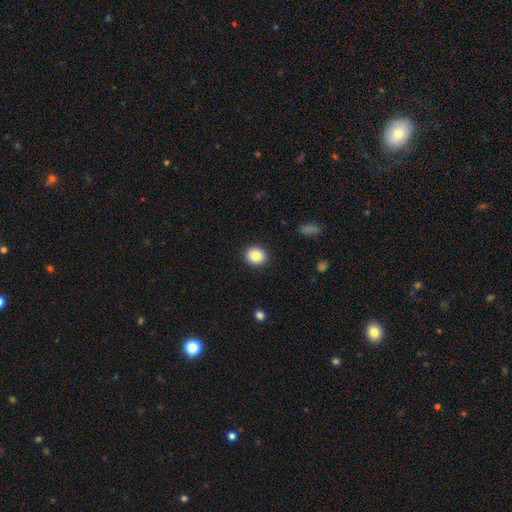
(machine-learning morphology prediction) The model was most divided on "how rounded": round: 83%, in between: 16%, cigar-shaped: 1%. More confident: merging — none (91%); smooth or featured — smooth (84%).